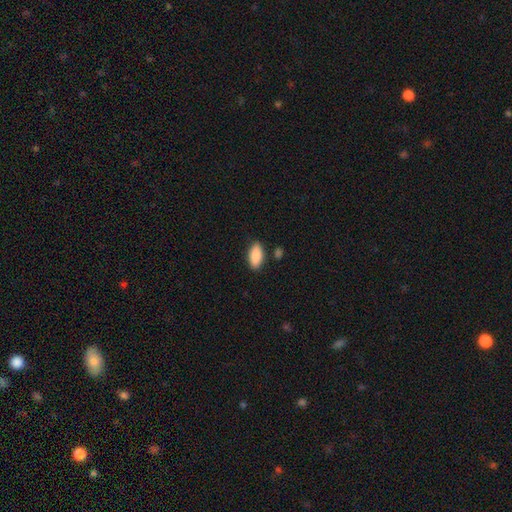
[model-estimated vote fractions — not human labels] Q: Smooth or featured?
A: smooth (89%); runner-up: star or artifact (6%)
Q: How rounded?
A: in between (90%); runner-up: cigar-shaped (8%)
Q: Merging?
A: none (84%); runner-up: minor disturbance (11%)